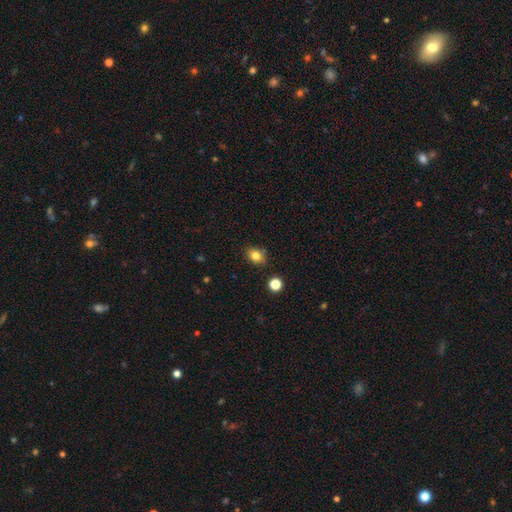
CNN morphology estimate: A smooth galaxy with no disk features (81%) that is in between round and cigar-shaped (57%). Merging: none (81%).